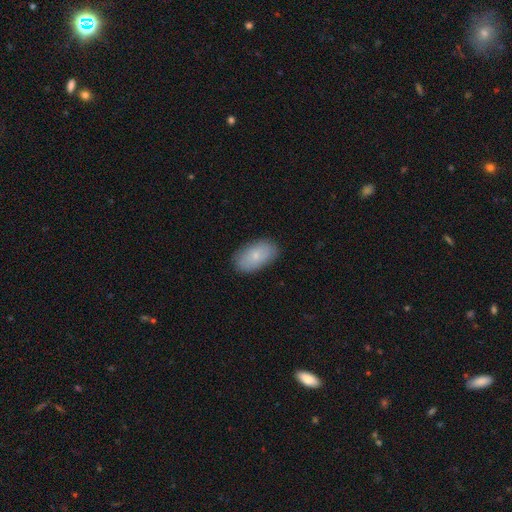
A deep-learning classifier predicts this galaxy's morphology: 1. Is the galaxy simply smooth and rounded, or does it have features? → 76% smooth, 17% featured or disk, 7% star or artifact.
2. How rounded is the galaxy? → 93% in between, 5% round, 2% cigar-shaped.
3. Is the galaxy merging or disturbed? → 85% none, 12% minor disturbance, 3% major disturbance, 1% merger.